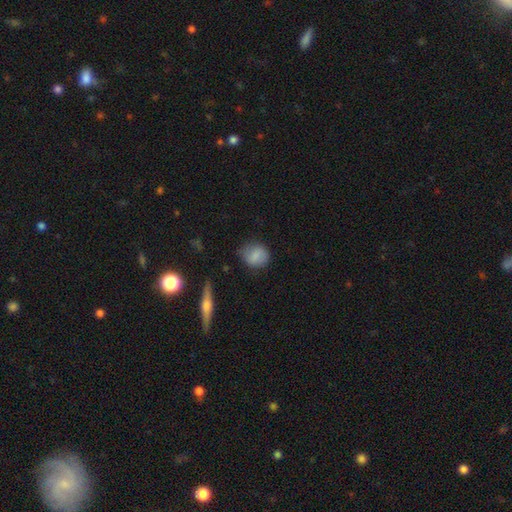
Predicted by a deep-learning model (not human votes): Smooth or featured?
  - smooth: 80% *
  - featured or disk: 11%
  - star or artifact: 9%
How rounded?
  - round: 65% *
  - in between: 34%
  - cigar-shaped: 2%
Merging?
  - none: 69% *
  - minor disturbance: 24%
  - major disturbance: 6%
  - merger: 2%